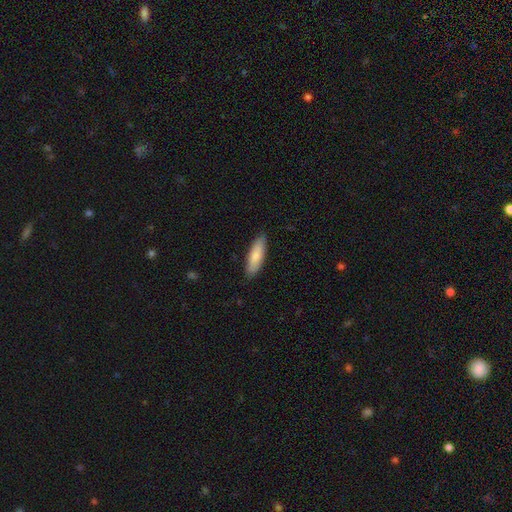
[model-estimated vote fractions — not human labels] The model was most divided on "how rounded": cigar-shaped: 51%, in between: 48%, round: 2%. More confident: merging — none (86%); smooth or featured — smooth (82%).